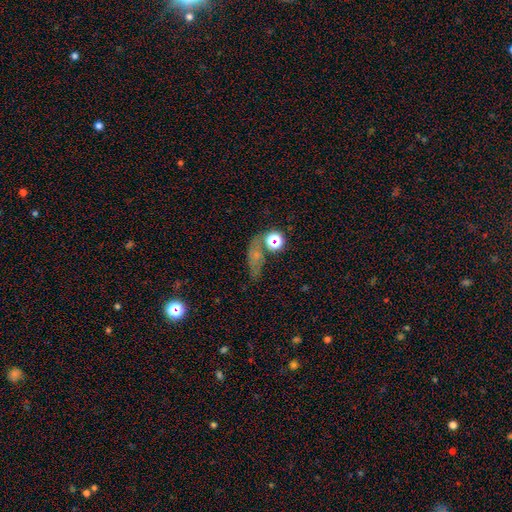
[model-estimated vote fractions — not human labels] Smooth or featured? Predicted: smooth (p=0.47). Merging? Predicted: none (p=0.54).